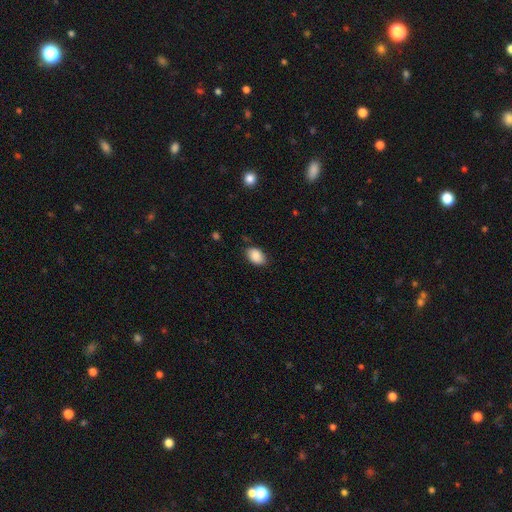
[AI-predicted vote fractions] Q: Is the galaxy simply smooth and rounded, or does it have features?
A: smooth — 88%.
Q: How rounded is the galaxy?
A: in between — 88%.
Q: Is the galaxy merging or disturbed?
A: none — 79%.